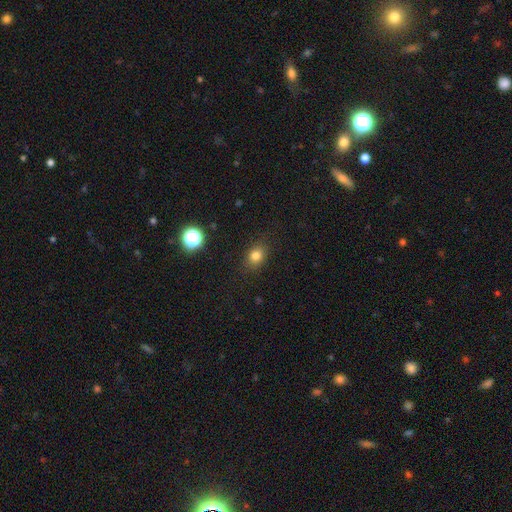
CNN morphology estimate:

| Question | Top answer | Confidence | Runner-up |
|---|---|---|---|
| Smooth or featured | smooth | 80% | star or artifact (13%) |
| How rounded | in between | 56% | round (42%) |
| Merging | none | 85% | minor disturbance (11%) |